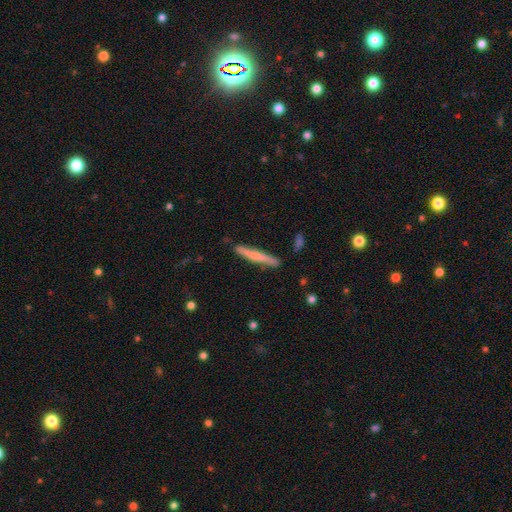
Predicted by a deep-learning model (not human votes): Smooth or featured? smooth (57%)
How rounded? cigar-shaped (96%)
Merging? none (85%)